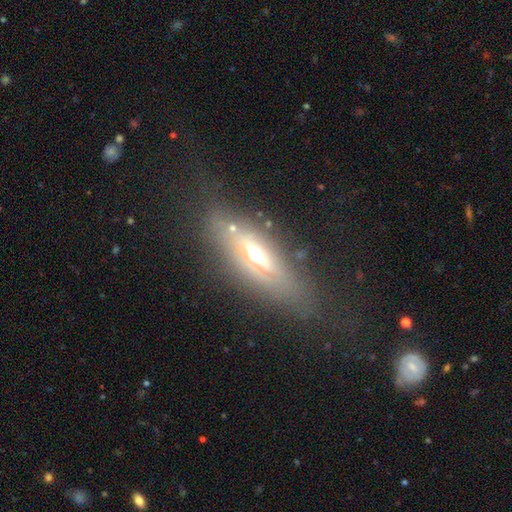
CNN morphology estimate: featured or disk 64%, smooth 27%, star or artifact 9%. Down the decision tree: edge-on disk — yes (73%); merging — none (67%).